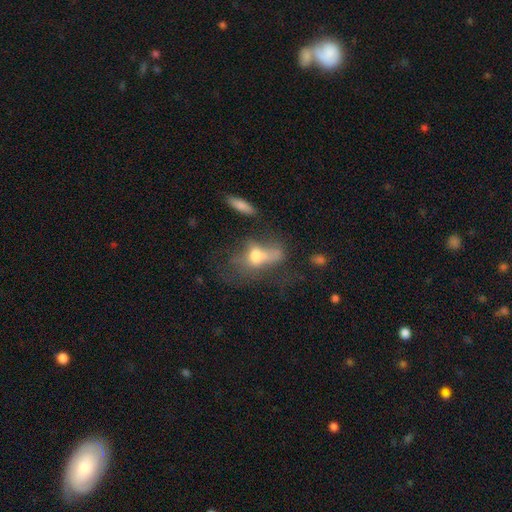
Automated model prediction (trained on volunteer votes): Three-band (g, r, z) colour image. It shows a smooth galaxy with no disk features (48%). Merging: major disturbance (40%).